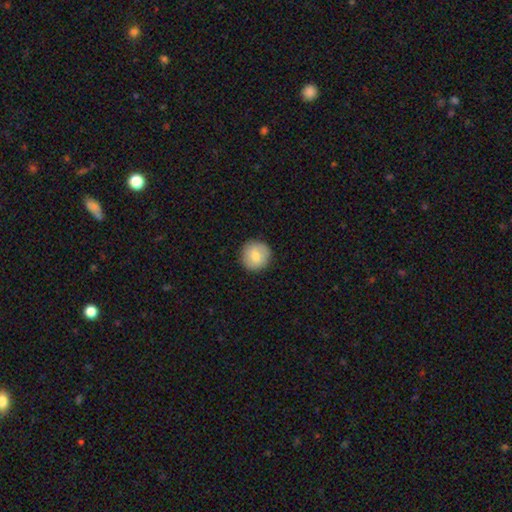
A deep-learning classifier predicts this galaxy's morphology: smooth-or-featured: smooth: 79% | featured or disk: 14% | star or artifact: 7%
  how-rounded: round: 95% | in between: 4% | cigar-shaped: 1%
  merging: none: 90% | minor disturbance: 7% | major disturbance: 2% | merger: 1%